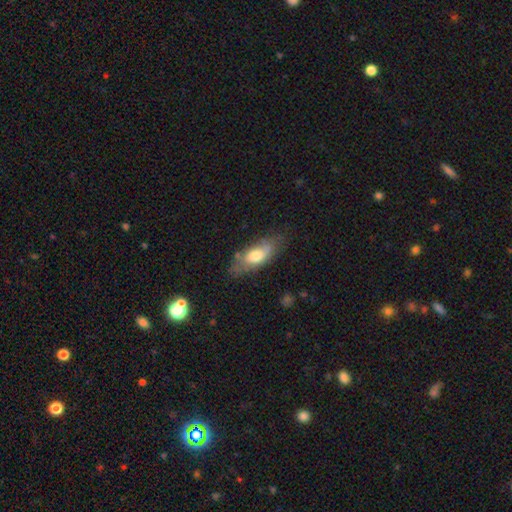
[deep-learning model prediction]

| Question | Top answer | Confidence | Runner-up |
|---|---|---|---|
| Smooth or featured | smooth | 65% | featured or disk (28%) |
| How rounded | in between | 72% | cigar-shaped (25%) |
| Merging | none | 66% | minor disturbance (24%) |